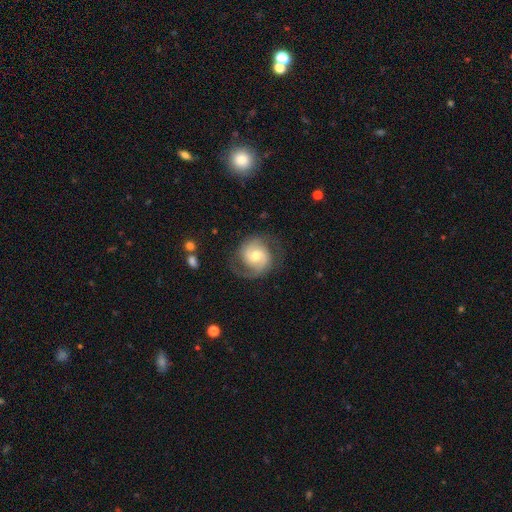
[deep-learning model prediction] smooth-or-featured: featured or disk: 80% | smooth: 15% | star or artifact: 5%
  disk-edge-on: no: 98% | yes: 2%
    bar: no: 51% | weak: 40% | strong: 9%
    has-spiral-arms: yes: 94% | no: 6%
      spiral-winding: medium: 47% | tight: 36% | loose: 18%
      spiral-arm-count: 2: 83% | can't tell: 7% | 1: 5% | 3: 2% | 4: 1% | more than 4: 1%
    bulge-size: moderate: 65% | small: 28% | large: 5% | none: 1% | dominant: 1%
  merging: none: 72% | minor disturbance: 16% | major disturbance: 11% | merger: 1%